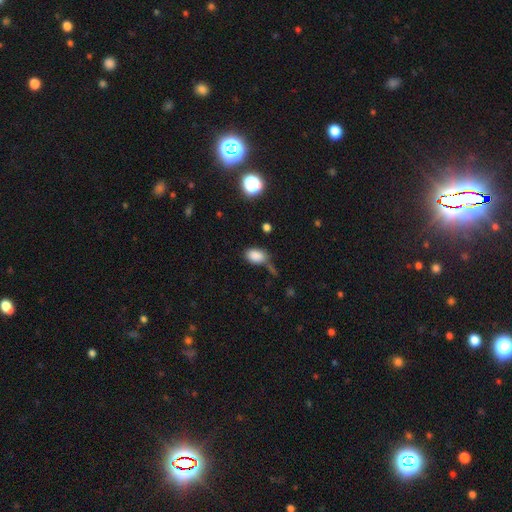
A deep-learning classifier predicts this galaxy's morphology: A smooth galaxy with no disk features (84%) that is in between round and cigar-shaped (85%).

Vote fractions:
- Smooth or featured? smooth: 84% / star or artifact: 11% / featured or disk: 5%
- How rounded? in between: 85% / round: 14% / cigar-shaped: 1%
- Merging? none: 61% / minor disturbance: 21% / merger: 11% / major disturbance: 7%